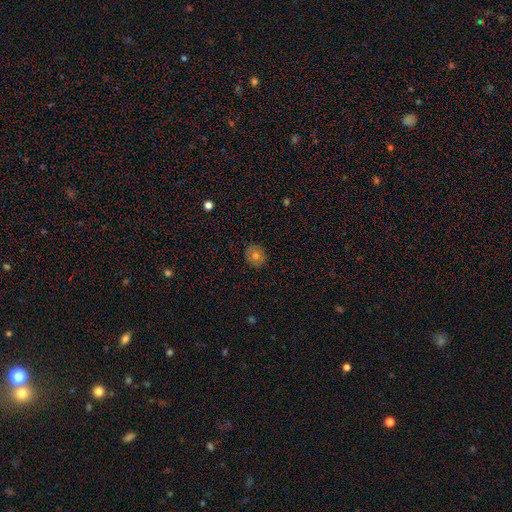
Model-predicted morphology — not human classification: A smooth galaxy with no disk features (68%) that is round (83%). Merging: none (88%).